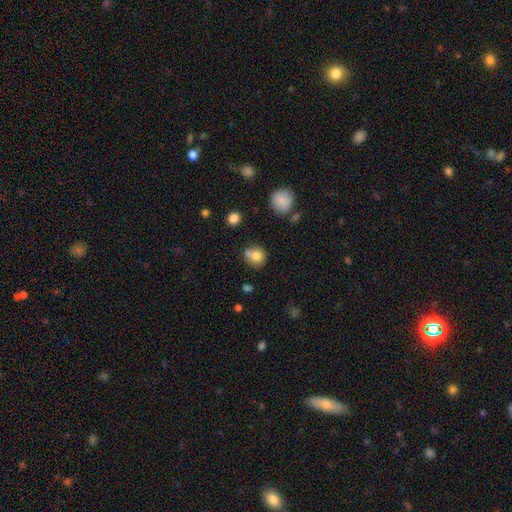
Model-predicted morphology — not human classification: Smooth or featured? smooth (78%)
How rounded? round (82%)
Merging? none (56%)